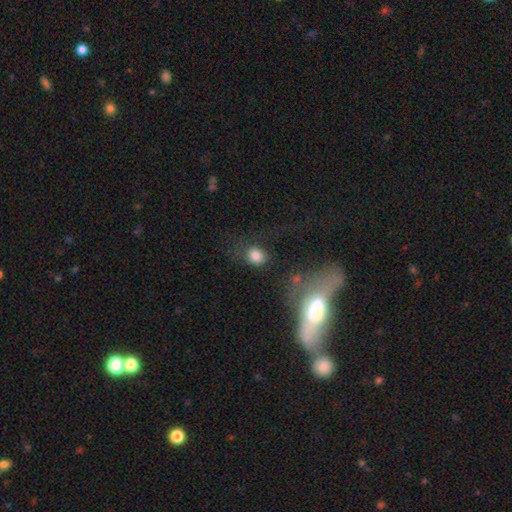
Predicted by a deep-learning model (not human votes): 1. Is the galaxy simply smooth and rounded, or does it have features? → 80% smooth, 12% star or artifact, 9% featured or disk.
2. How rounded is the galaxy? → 76% round, 23% in between, 1% cigar-shaped.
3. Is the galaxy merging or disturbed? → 66% none, 16% minor disturbance, 11% major disturbance, 6% merger.